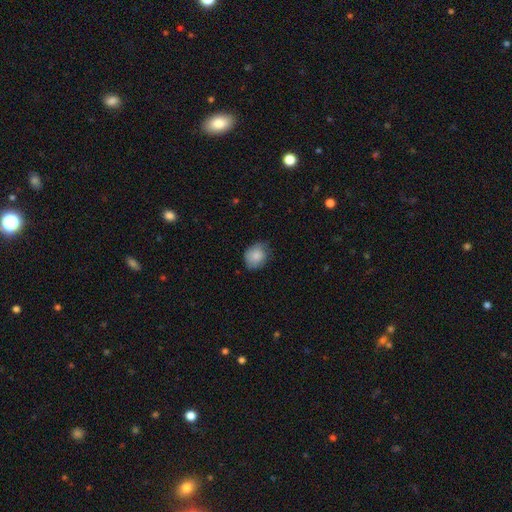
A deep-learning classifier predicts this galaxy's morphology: Q: Smooth or featured?
A: smooth (83%); runner-up: featured or disk (10%)
Q: How rounded?
A: round (58%); runner-up: in between (41%)
Q: Merging?
A: none (66%); runner-up: minor disturbance (28%)